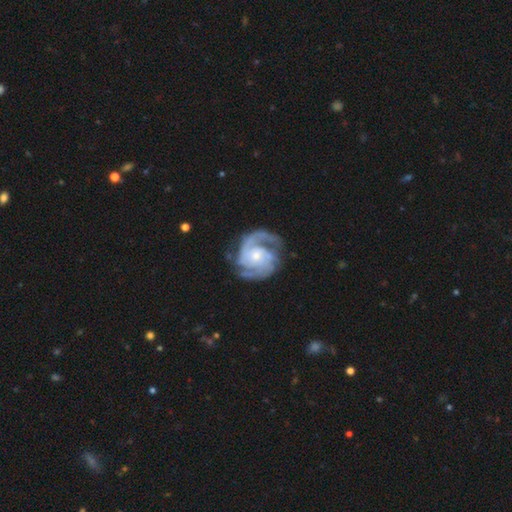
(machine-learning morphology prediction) smooth_or_featured: featured or disk (p=0.92) [alt: smooth p=0.04]
disk_edge_on: no (p=0.98) [alt: yes p=0.02]
bar: no (p=0.67) [alt: weak p=0.27]
has_spiral_arms: yes (p=0.98) [alt: no p=0.02]
spiral_winding: tight (p=0.49) [alt: medium p=0.43]
spiral_arm_count: 2 (p=0.49) [alt: 3 p=0.24]
bulge_size: small (p=0.56) [alt: moderate p=0.36]
merging: none (p=0.73) [alt: minor disturbance p=0.16]